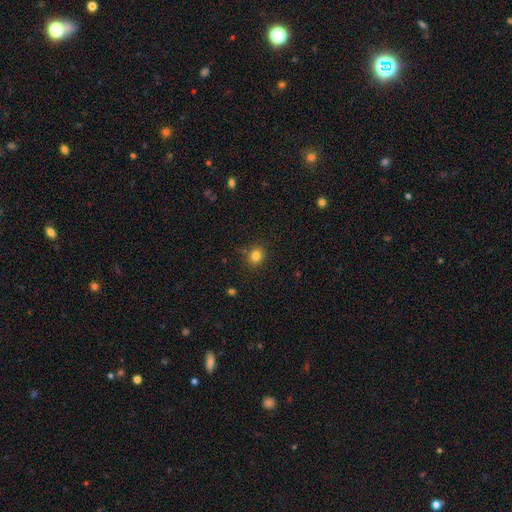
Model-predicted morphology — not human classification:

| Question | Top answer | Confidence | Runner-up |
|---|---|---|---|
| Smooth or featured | smooth | 82% | star or artifact (13%) |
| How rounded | round | 83% | in between (16%) |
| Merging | none | 87% | minor disturbance (8%) |